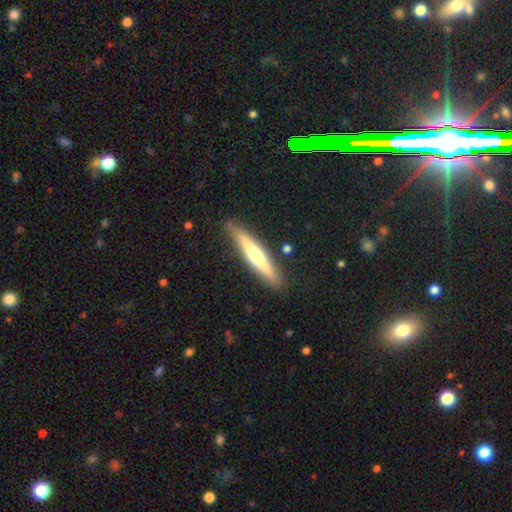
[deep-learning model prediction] Overall: featured or disk (54%; smooth 40%). Edge-on disk: yes (95%). Edge-on bulge: rounded (79%). Merging: none (87%).